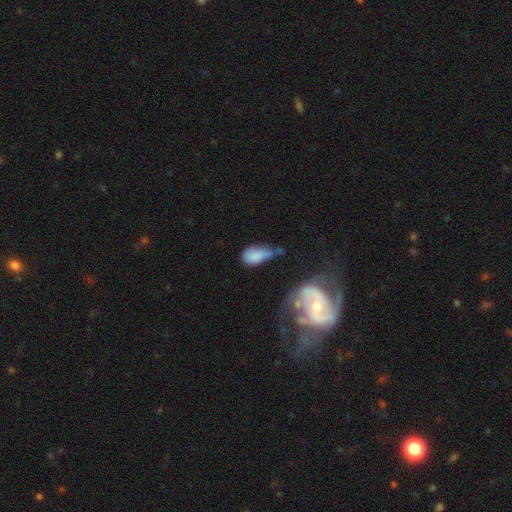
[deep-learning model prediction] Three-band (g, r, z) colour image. It shows a smooth galaxy with no disk features (73%) that is in between round and cigar-shaped (87%). Merging: minor disturbance (37%).